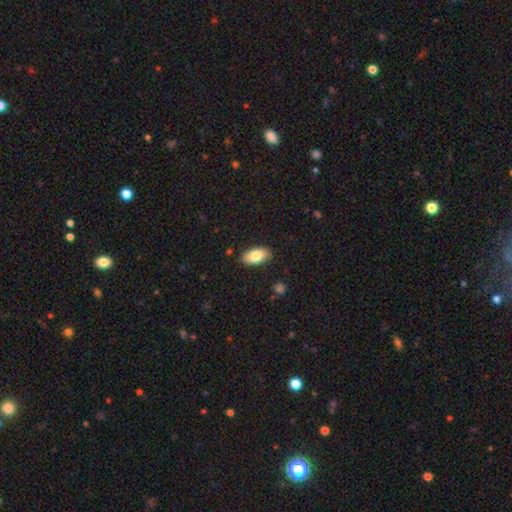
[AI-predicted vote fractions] Q: Smooth or featured?
A: smooth (82%); runner-up: featured or disk (11%)
Q: How rounded?
A: in between (93%); runner-up: round (4%)
Q: Merging?
A: none (87%); runner-up: minor disturbance (10%)